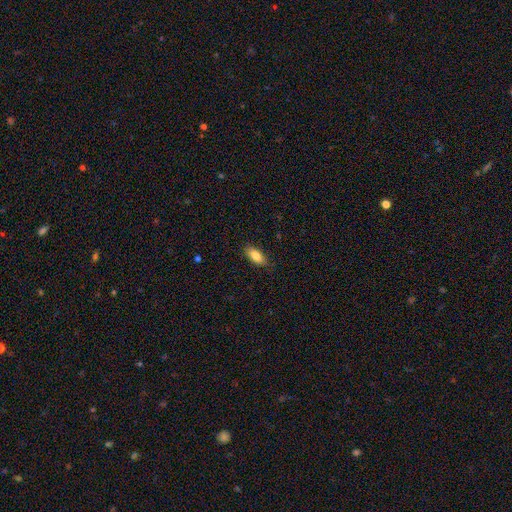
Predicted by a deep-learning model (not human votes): Morphology: type=smooth (84%); roundness=in between (86%); merging=none (83%).